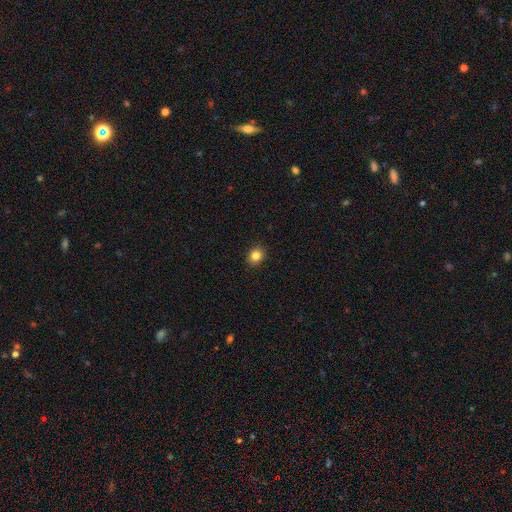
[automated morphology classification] Smooth or featured?
  - smooth: 84% *
  - star or artifact: 11%
  - featured or disk: 5%
How rounded?
  - round: 64% *
  - in between: 35%
  - cigar-shaped: 1%
Merging?
  - none: 91% *
  - minor disturbance: 7%
  - major disturbance: 2%
  - merger: 1%